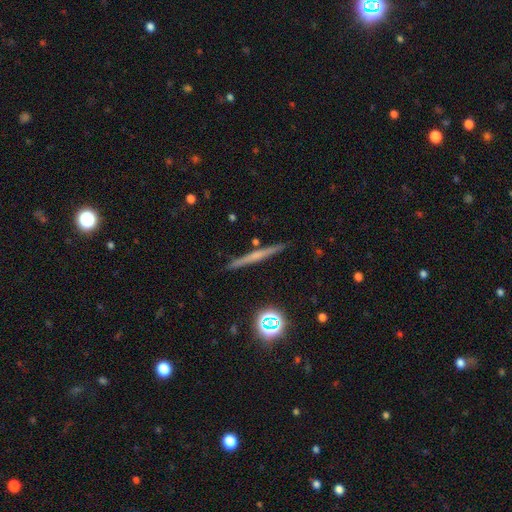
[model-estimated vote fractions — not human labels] smooth_or_featured: featured or disk (p=0.53) [alt: smooth p=0.36]
disk_edge_on: yes (p=0.97) [alt: no p=0.03]
edge_on_bulge: none (p=0.69) [alt: rounded p=0.24]
merging: none (p=0.90) [alt: minor disturbance p=0.06]